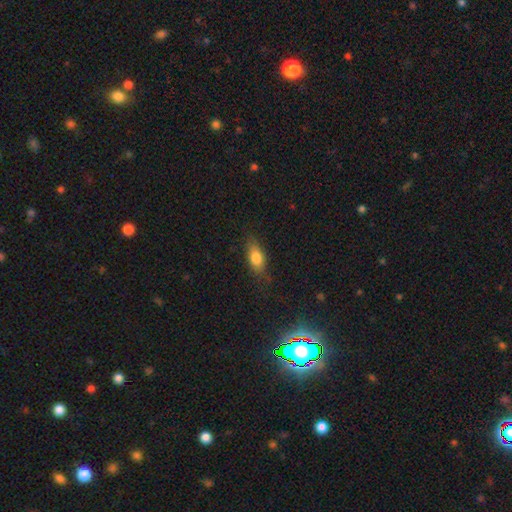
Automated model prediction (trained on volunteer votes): This appears to be a smooth galaxy with no disk features (68%) that is in between round and cigar-shaped (71%). Merging: none (78%).